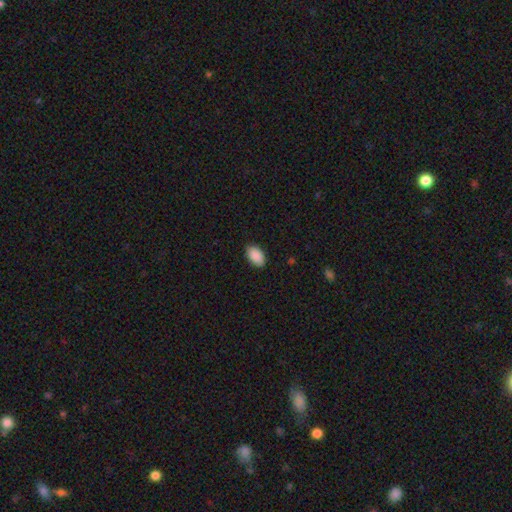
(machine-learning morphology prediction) smooth-or-featured: smooth: 91% | star or artifact: 7% | featured or disk: 3%
  how-rounded: in between: 93% | round: 5% | cigar-shaped: 1%
  merging: none: 87% | minor disturbance: 10% | major disturbance: 2% | merger: 1%